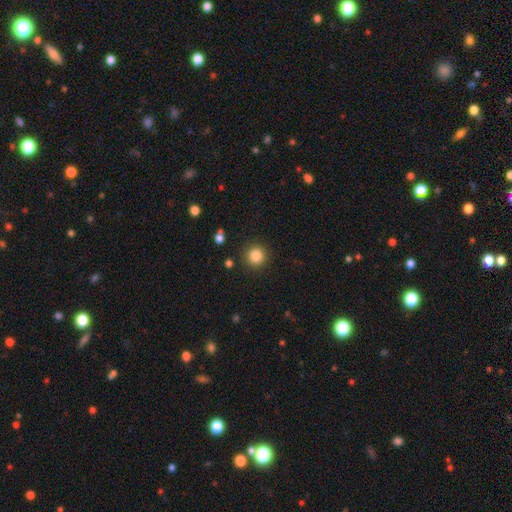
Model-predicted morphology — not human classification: This appears to be a smooth galaxy with no disk features (86%) that is round (92%). Merging: none (89%).